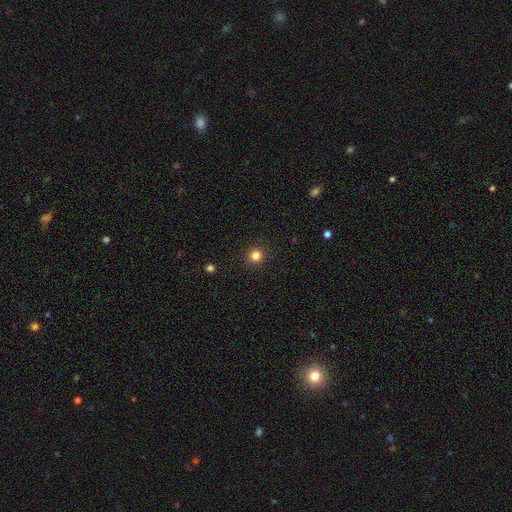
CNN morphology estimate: This appears to be a smooth galaxy with no disk features (82%) that is round (93%). Merging: none (92%).